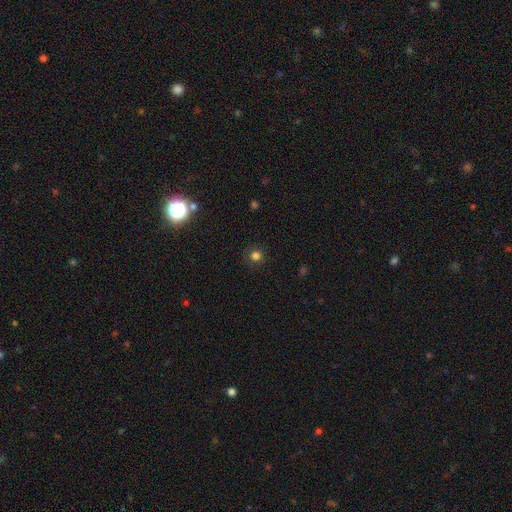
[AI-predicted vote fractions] This is likely a smooth galaxy (78%). How rounded: clearly round (90%). Merging: clearly none (87%).